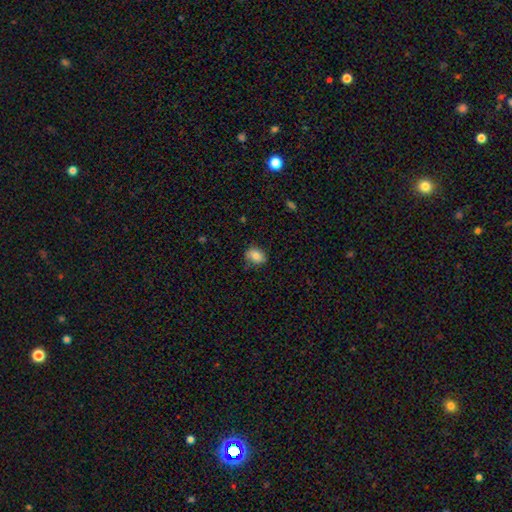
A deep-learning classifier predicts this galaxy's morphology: This is clearly a smooth galaxy (80%). How rounded: likely in between (66%). Merging: likely none (69%).